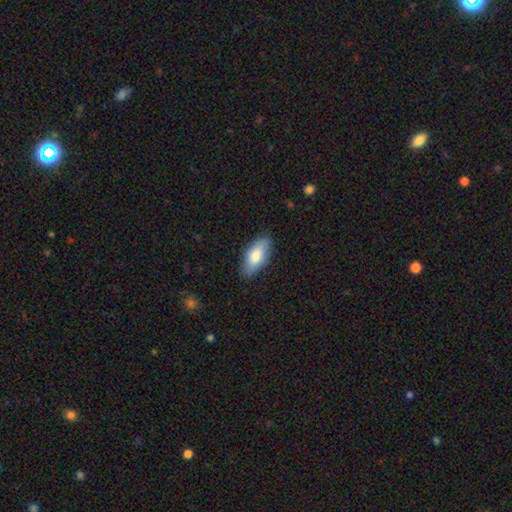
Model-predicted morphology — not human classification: Overall: smooth (79%). How rounded: in between (85%). Merging: none (85%).